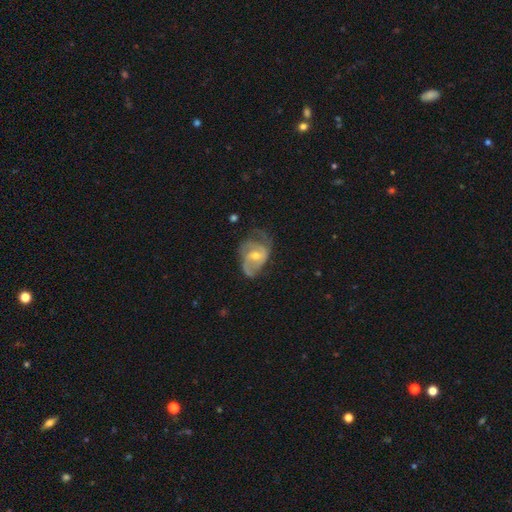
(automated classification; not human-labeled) featured or disk 80%, smooth 14%, star or artifact 6%. Down the decision tree: edge-on disk — no (97%); bar — no (47%); spiral arms — yes (91%); spiral arm count — 2 (48%); spiral winding — medium (47%); bulge size — moderate (54%); merging — none (46%).